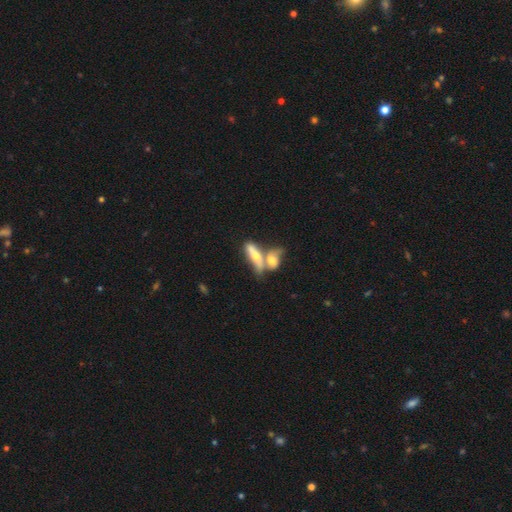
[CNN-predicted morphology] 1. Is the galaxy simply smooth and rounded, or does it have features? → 51% smooth, 41% featured or disk, 8% star or artifact.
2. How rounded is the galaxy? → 53% in between, 42% cigar-shaped, 4% round.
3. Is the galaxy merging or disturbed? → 63% merger, 23% none, 8% minor disturbance, 5% major disturbance.